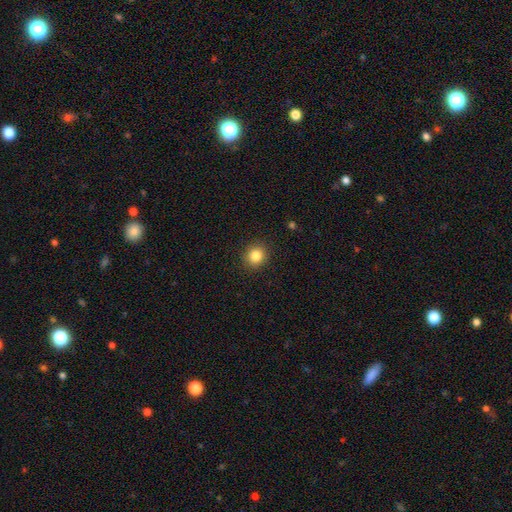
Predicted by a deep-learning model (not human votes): Smooth or featured? Predicted: smooth (p=0.84). How rounded? Predicted: round (p=0.84). Merging? Predicted: none (p=0.91).